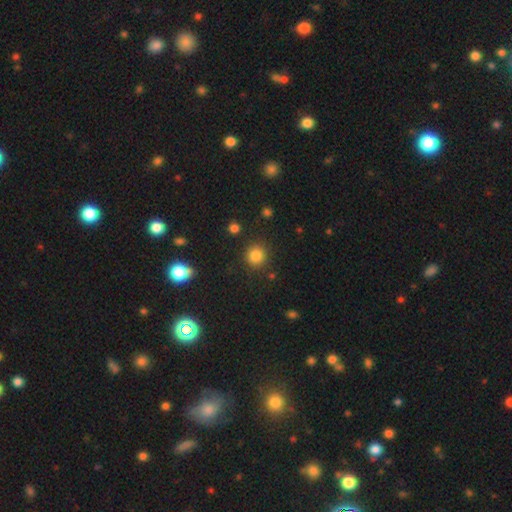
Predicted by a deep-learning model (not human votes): Q: Smooth or featured?
A: smooth (83%); runner-up: star or artifact (13%)
Q: How rounded?
A: round (92%); runner-up: in between (8%)
Q: Merging?
A: none (88%); runner-up: minor disturbance (7%)